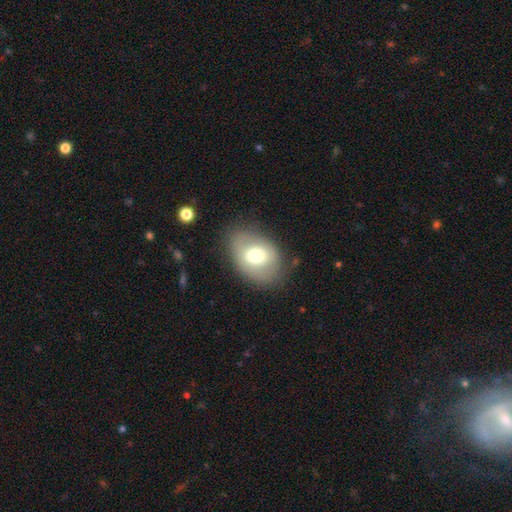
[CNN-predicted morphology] A smooth galaxy with no disk features (66%) that is in between round and cigar-shaped (76%). Merging: none (74%).